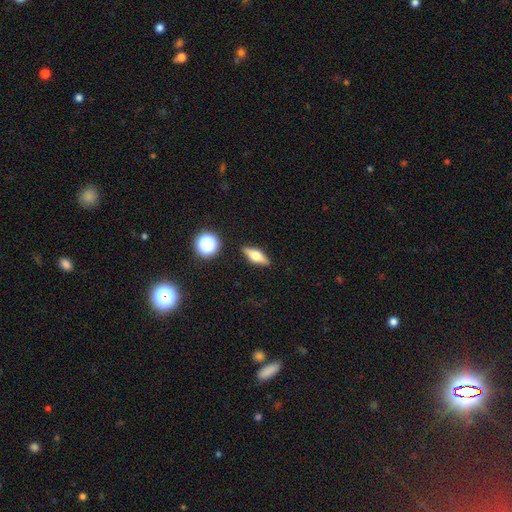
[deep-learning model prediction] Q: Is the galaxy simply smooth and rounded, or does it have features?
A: featured or disk — 47%.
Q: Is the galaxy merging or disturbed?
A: none — 88%.